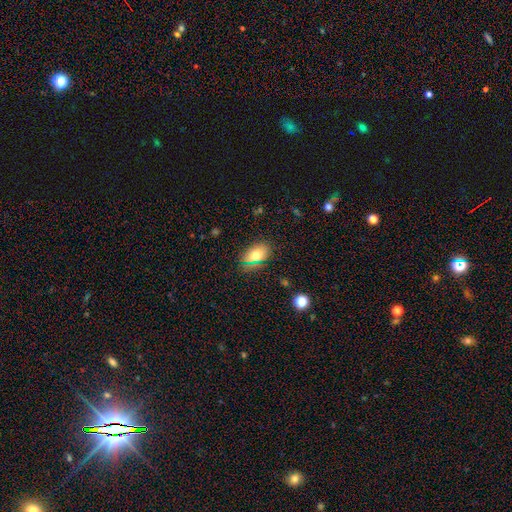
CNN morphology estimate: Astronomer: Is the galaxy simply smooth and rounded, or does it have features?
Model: smooth — 73%.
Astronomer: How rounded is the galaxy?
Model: in between — 83%.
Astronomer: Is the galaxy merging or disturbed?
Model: none — 83%.